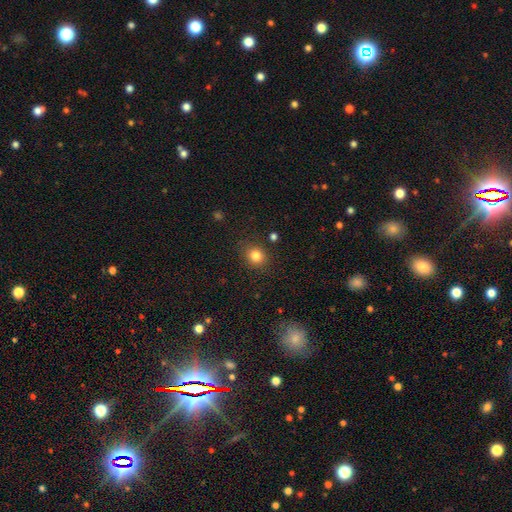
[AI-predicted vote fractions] Morphology: type=smooth (82%); roundness=round (79%); merging=none (86%).